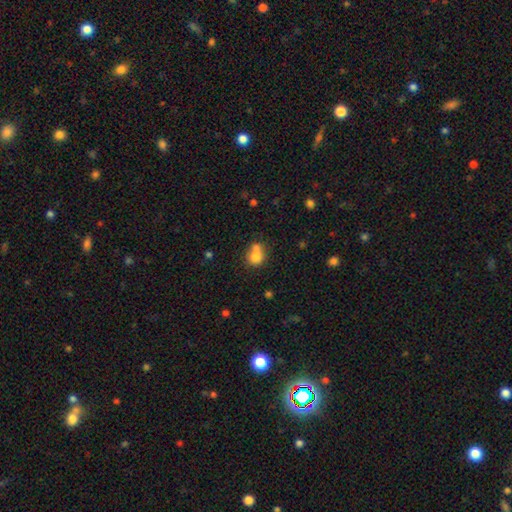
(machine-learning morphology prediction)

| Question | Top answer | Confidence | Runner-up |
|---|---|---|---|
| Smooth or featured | smooth | 77% | featured or disk (13%) |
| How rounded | round | 72% | in between (26%) |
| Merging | merger | 45% | none (38%) |